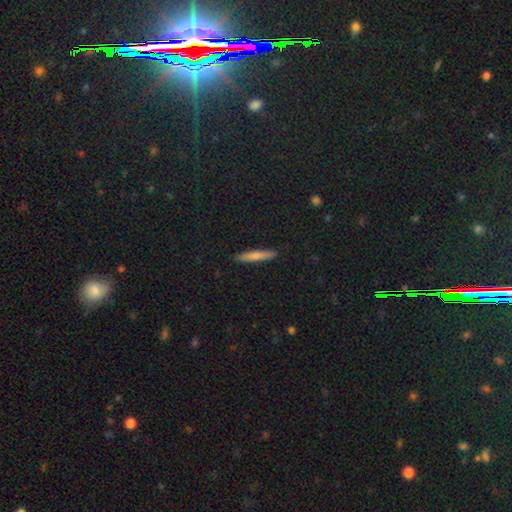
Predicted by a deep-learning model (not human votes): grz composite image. It shows a smooth galaxy with no disk features (75%) that is cigar-shaped (93%). Merging: none (91%).